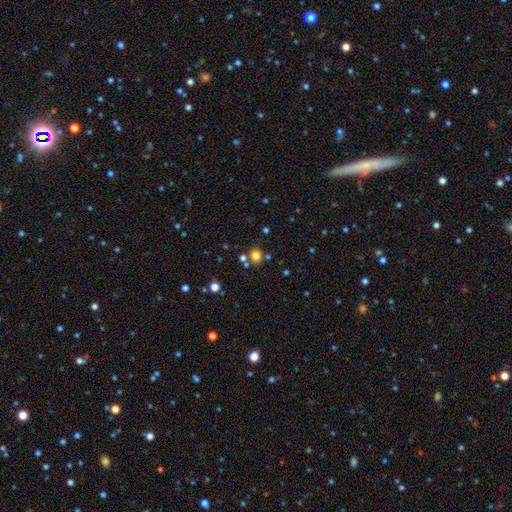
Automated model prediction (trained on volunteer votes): A smooth galaxy with no disk features (77%) that is round (73%). Merging: none (72%).